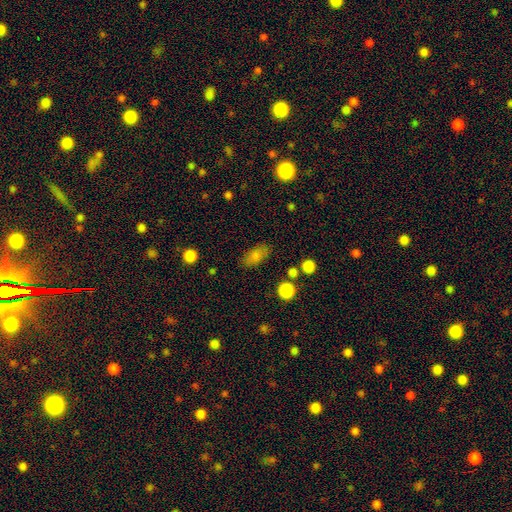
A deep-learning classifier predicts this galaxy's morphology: This appears to be a smooth galaxy with no disk features (81%) that is in between round and cigar-shaped (87%). Merging: none (80%).